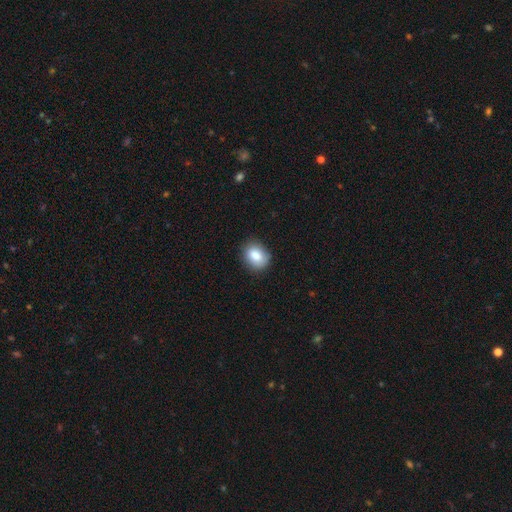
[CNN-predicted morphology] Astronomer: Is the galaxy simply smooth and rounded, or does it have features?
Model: smooth — 85%.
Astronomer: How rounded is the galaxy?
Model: round — 50% (runner-up: in between, 49%).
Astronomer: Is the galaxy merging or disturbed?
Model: none — 84%.